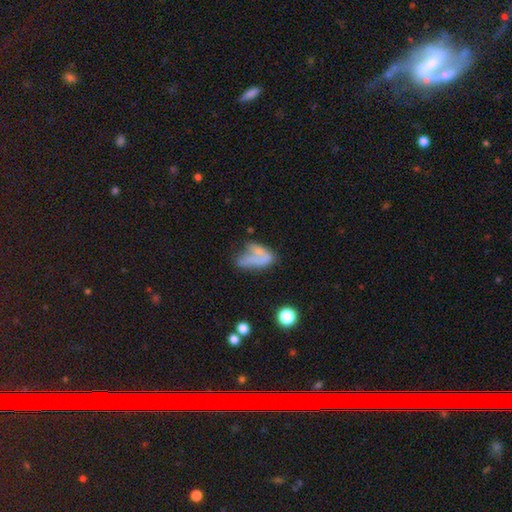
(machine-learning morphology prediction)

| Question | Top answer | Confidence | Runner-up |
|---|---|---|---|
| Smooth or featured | smooth | 48% | featured or disk (38%) |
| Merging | major disturbance | 32% | none (26%) |